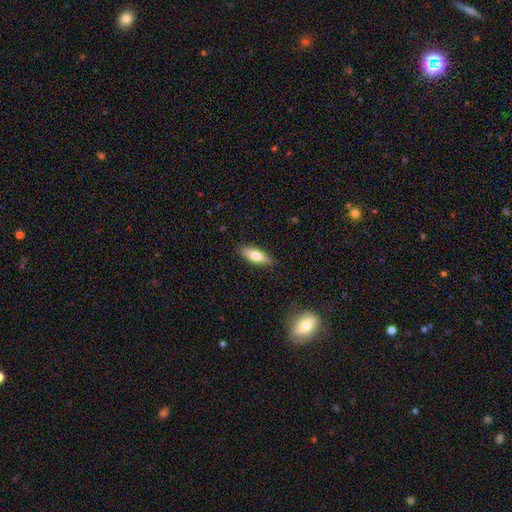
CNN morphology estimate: Smooth or featured? smooth (71%)
How rounded? in between (62%)
Merging? none (87%)